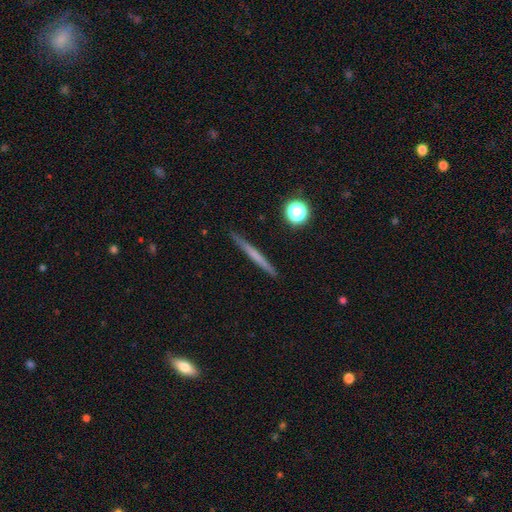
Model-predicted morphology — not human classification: Overall: smooth (48%; featured or disk 44%). Merging: none (91%).